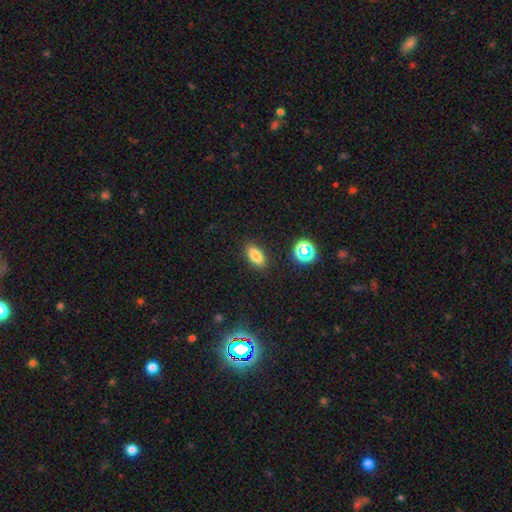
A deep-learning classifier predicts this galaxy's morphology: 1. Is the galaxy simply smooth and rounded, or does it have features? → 78% smooth, 13% star or artifact, 8% featured or disk.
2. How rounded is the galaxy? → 83% in between, 10% cigar-shaped, 6% round.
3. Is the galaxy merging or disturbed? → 87% none, 9% minor disturbance, 3% major disturbance, 2% merger.